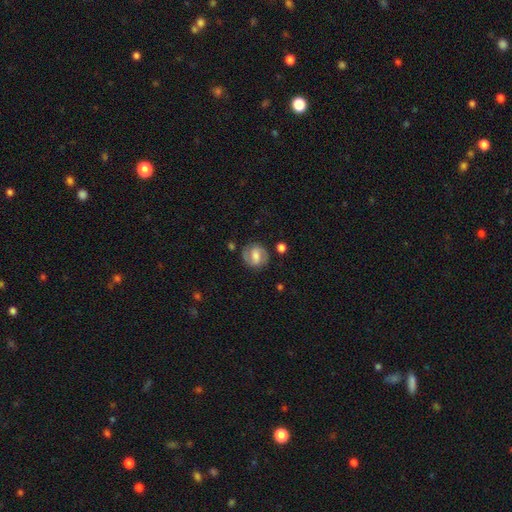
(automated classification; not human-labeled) smooth_or_featured: featured or disk (p=0.62) [alt: smooth p=0.30]
disk_edge_on: no (p=0.96) [alt: yes p=0.04]
bar: weak (p=0.42) [alt: strong p=0.41]
has_spiral_arms: yes (p=0.82) [alt: no p=0.18]
bulge_size: moderate (p=0.45) [alt: small p=0.22]
merging: none (p=0.76) [alt: minor disturbance p=0.15]